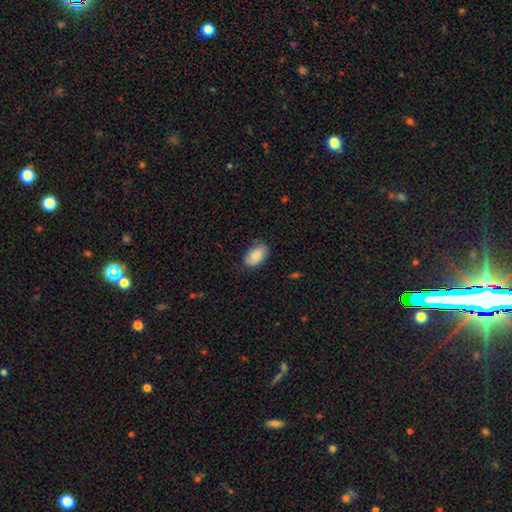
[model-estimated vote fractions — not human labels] smooth 82%, featured or disk 11%, star or artifact 7%. Down the decision tree: how rounded — in between (92%); merging — none (77%).